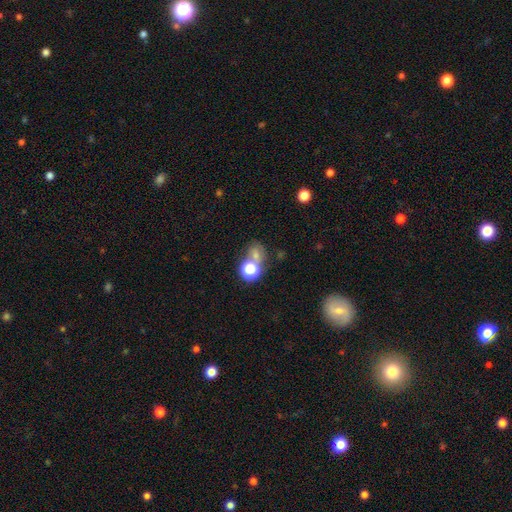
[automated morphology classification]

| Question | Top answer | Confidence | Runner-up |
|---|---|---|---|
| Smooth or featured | smooth | 58% | star or artifact (28%) |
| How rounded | round | 62% | in between (37%) |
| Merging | none | 46% | merger (35%) |